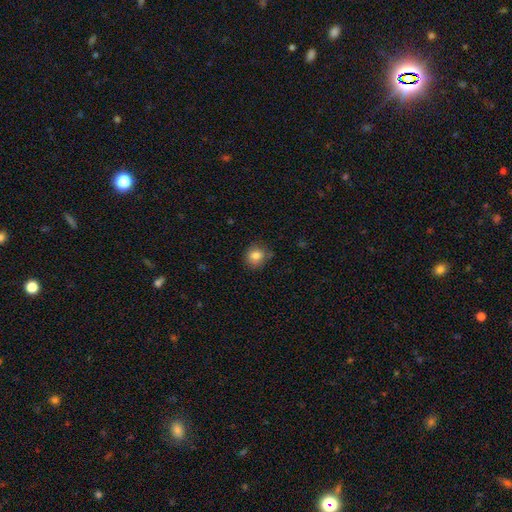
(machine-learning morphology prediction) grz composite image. It shows a smooth galaxy with no disk features (83%) that is round (84%). Merging: none (78%).